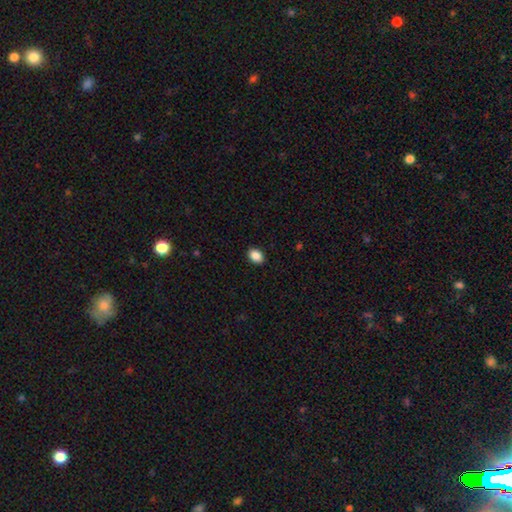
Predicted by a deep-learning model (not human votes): A smooth galaxy with no disk features (89%) that is in between round and cigar-shaped (76%).

Vote fractions:
- Smooth or featured? smooth: 89% / star or artifact: 8% / featured or disk: 3%
- How rounded? in between: 76% / round: 23% / cigar-shaped: 1%
- Merging? none: 90% / minor disturbance: 7% / major disturbance: 2% / merger: 1%